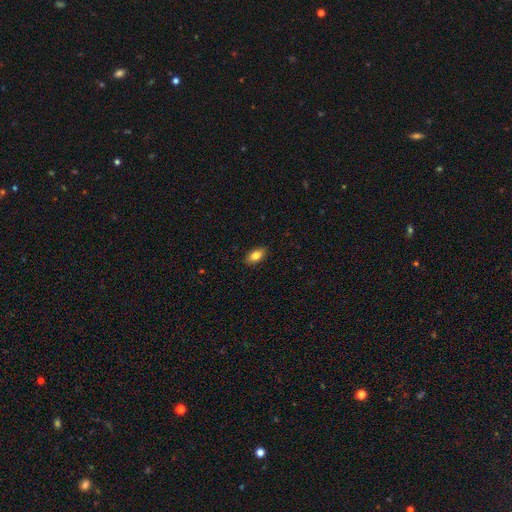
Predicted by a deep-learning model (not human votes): Overall: smooth (83%). How rounded: in between (89%). Merging: none (89%).